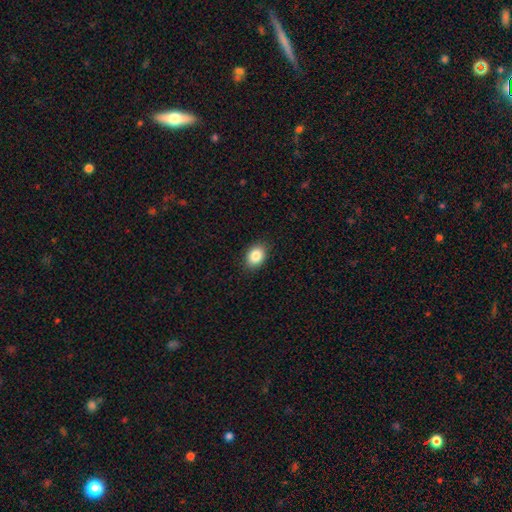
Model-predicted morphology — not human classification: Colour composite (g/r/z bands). It shows a smooth galaxy with no disk features (86%) that is in between round and cigar-shaped (66%). Merging: none (88%).